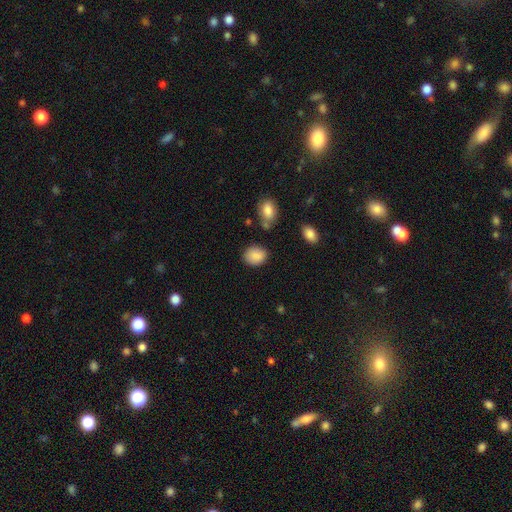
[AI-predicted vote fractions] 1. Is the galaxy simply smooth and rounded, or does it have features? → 88% smooth, 8% star or artifact, 4% featured or disk.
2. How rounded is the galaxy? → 50% in between, 49% round, 1% cigar-shaped.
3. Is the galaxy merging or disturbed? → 81% none, 12% minor disturbance, 3% major disturbance, 3% merger.